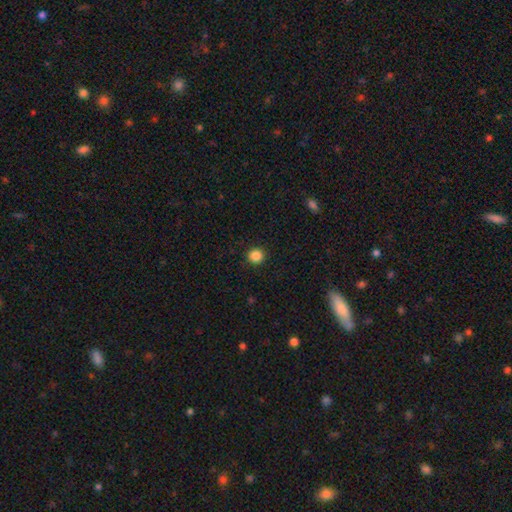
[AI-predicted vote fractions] Morphology: type=smooth (86%); roundness=round (94%); merging=none (92%).